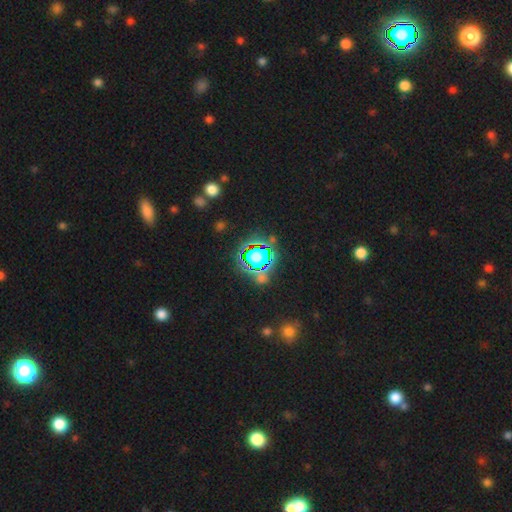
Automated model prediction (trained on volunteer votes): This is likely a star or artifact rather than a galaxy (78%).